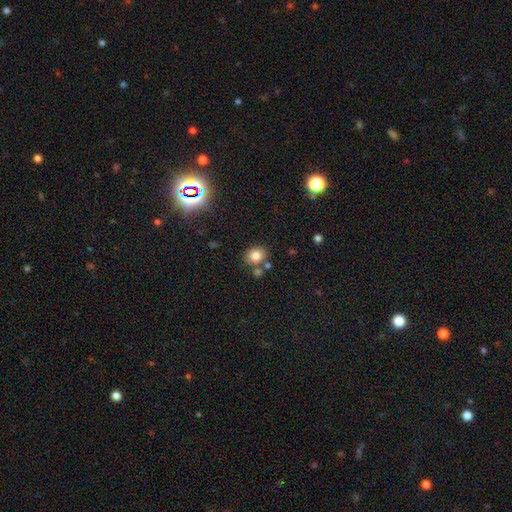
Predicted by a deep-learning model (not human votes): Smooth or featured?
  - smooth: 80% *
  - star or artifact: 12%
  - featured or disk: 8%
How rounded?
  - round: 59% *
  - in between: 40%
  - cigar-shaped: 1%
Merging?
  - none: 70% *
  - merger: 15%
  - minor disturbance: 12%
  - major disturbance: 3%